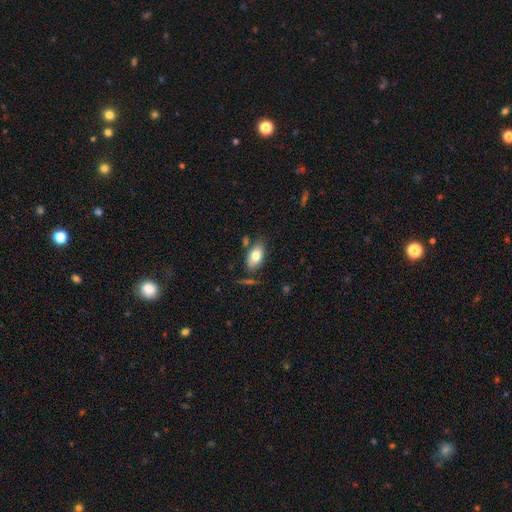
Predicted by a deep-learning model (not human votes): Smooth or featured: smooth — 77% (featured or disk — 16%)
How rounded: in between — 91% (round — 6%)
Merging: none — 70% (minor disturbance — 17%)